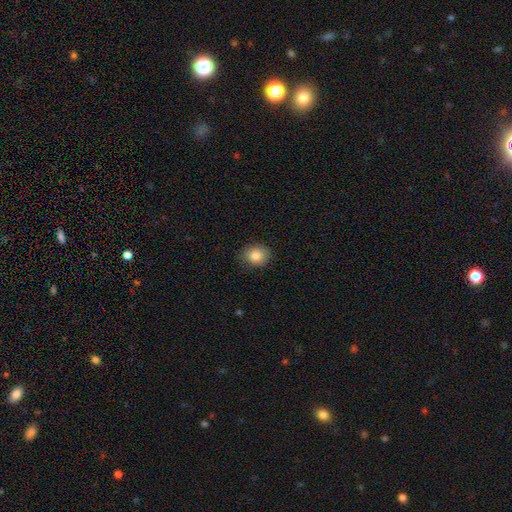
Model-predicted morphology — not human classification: Q: Smooth or featured?
A: smooth (84%); runner-up: star or artifact (9%)
Q: How rounded?
A: round (63%); runner-up: in between (36%)
Q: Merging?
A: none (81%); runner-up: minor disturbance (15%)